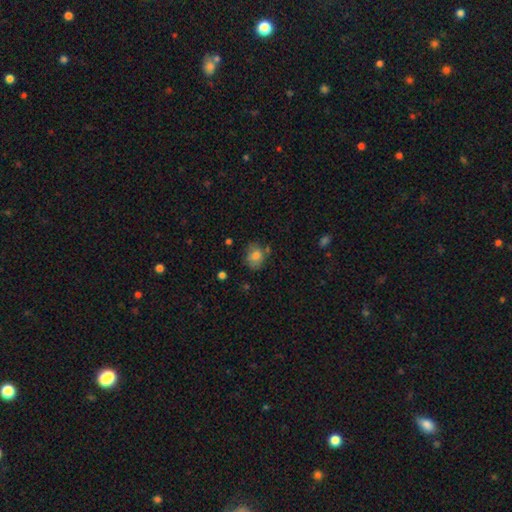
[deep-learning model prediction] smooth 78%, featured or disk 12%, star or artifact 9%. Down the decision tree: how rounded — round (57%); merging — none (66%).